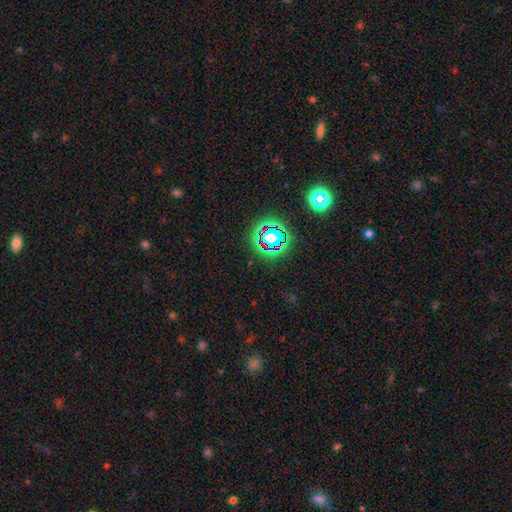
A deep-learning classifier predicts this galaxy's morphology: smooth-or-featured: star or artifact: 75% | smooth: 16% | featured or disk: 9%